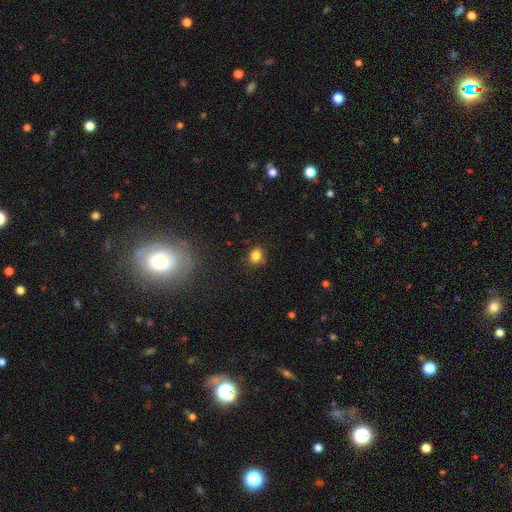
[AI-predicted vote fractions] Smooth or featured?
  - smooth: 83% *
  - star or artifact: 12%
  - featured or disk: 5%
How rounded?
  - round: 63% *
  - in between: 36%
  - cigar-shaped: 1%
Merging?
  - none: 80% *
  - minor disturbance: 15%
  - major disturbance: 3%
  - merger: 2%